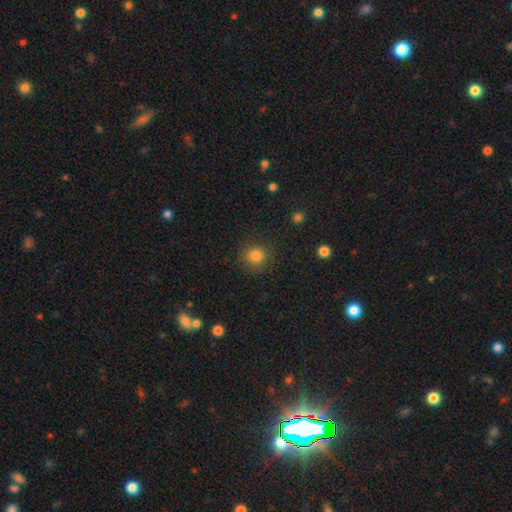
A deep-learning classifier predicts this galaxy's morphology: smooth-or-featured: smooth: 83% | star or artifact: 12% | featured or disk: 5%
  how-rounded: round: 91% | in between: 8% | cigar-shaped: 1%
  merging: none: 86% | minor disturbance: 9% | major disturbance: 4% | merger: 1%